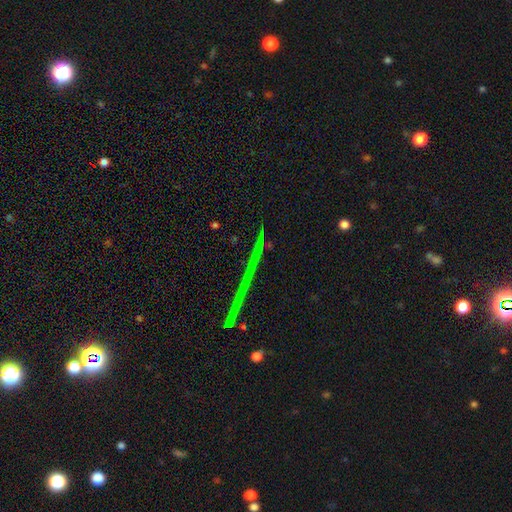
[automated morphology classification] A star or artifact, not a galaxy (76%).

Vote fractions:
- Smooth or featured? star or artifact: 76% / featured or disk: 16% / smooth: 8%